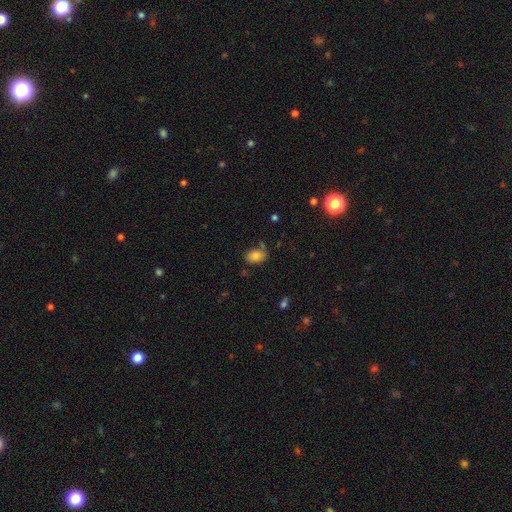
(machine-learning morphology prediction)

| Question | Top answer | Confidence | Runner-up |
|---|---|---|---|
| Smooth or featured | smooth | 80% | star or artifact (10%) |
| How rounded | in between | 85% | round (14%) |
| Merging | none | 68% | minor disturbance (19%) |